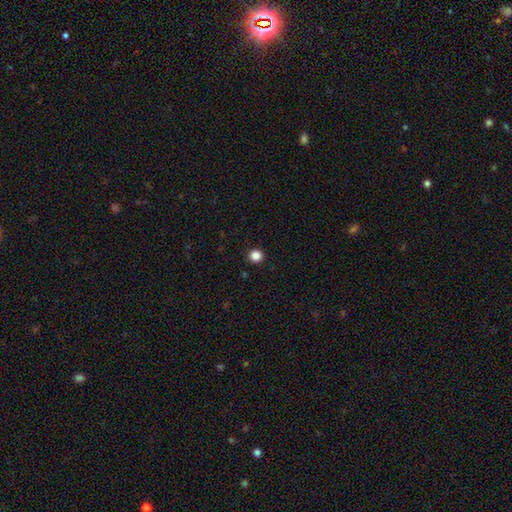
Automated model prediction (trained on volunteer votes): Morphology: type=smooth (85%); roundness=round (93%); merging=none (93%).